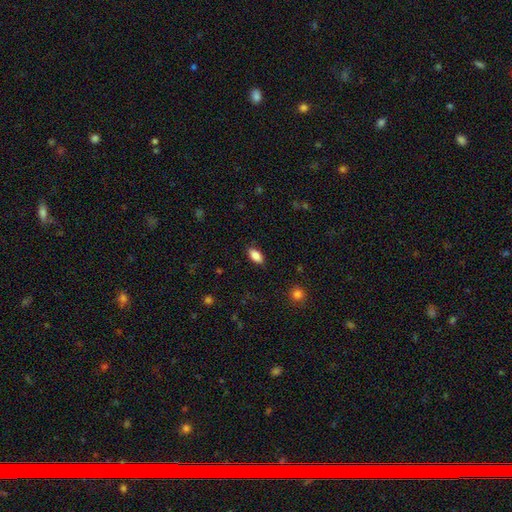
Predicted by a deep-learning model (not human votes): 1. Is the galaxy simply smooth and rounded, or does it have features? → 87% smooth, 8% star or artifact, 6% featured or disk.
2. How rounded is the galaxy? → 91% in between, 6% cigar-shaped, 3% round.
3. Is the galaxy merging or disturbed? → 87% none, 10% minor disturbance, 2% major disturbance, 1% merger.